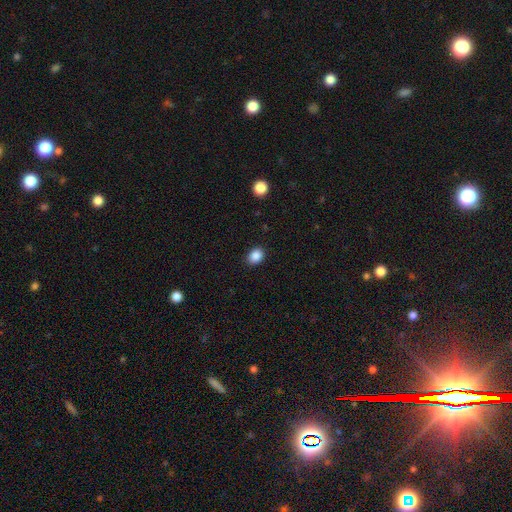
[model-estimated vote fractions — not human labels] smooth_or_featured: smooth (p=0.88) [alt: star or artifact p=0.10]
how_rounded: in between (p=0.55) [alt: round p=0.44]
merging: none (p=0.88) [alt: minor disturbance p=0.08]